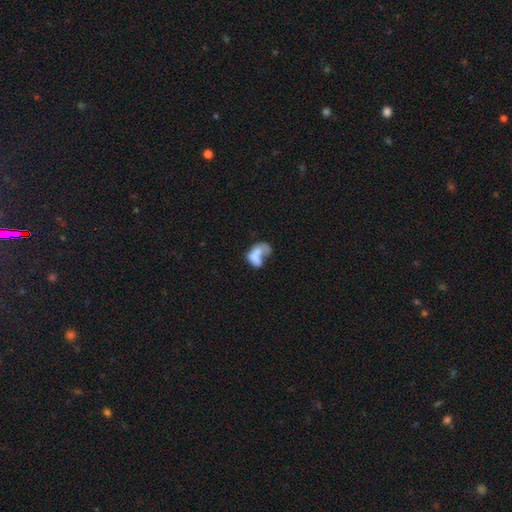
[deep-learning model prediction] A smooth galaxy with no disk features (55%) that is in between round and cigar-shaped (83%).

Vote fractions:
- Smooth or featured? smooth: 55% / featured or disk: 35% / star or artifact: 10%
- How rounded? in between: 83% / round: 15% / cigar-shaped: 2%
- Merging? merger: 50% / major disturbance: 25% / none: 15% / minor disturbance: 10%